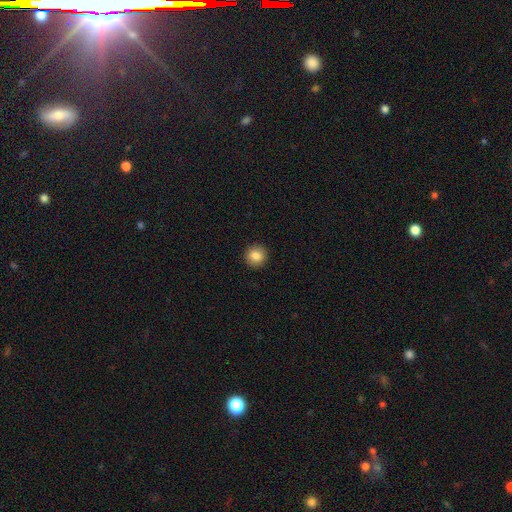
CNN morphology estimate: The model was most divided on "smooth or featured": smooth: 86%, star or artifact: 9%, featured or disk: 5%. More confident: how rounded — round (93%); merging — none (93%).